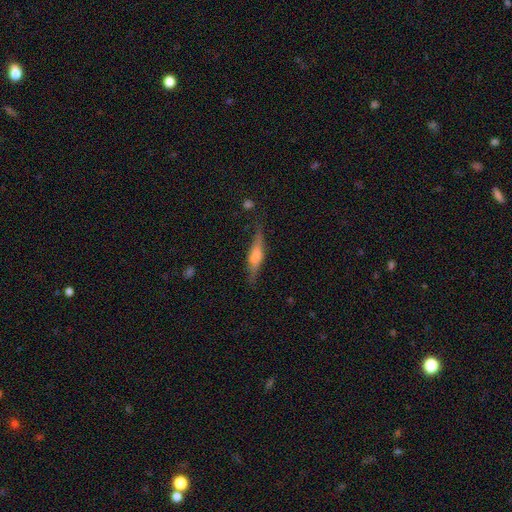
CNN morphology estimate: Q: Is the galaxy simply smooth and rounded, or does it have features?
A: featured or disk — 49%.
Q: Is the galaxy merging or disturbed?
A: none — 75%.